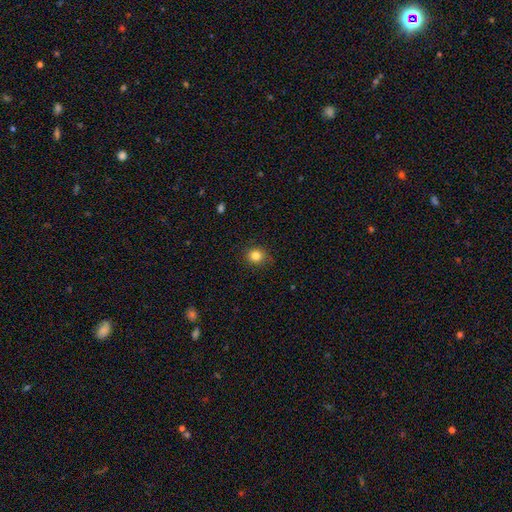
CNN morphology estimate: smooth-or-featured: smooth: 83% | star or artifact: 11% | featured or disk: 5%
  how-rounded: round: 81% | in between: 18% | cigar-shaped: 1%
  merging: none: 84% | minor disturbance: 12% | major disturbance: 3% | merger: 1%